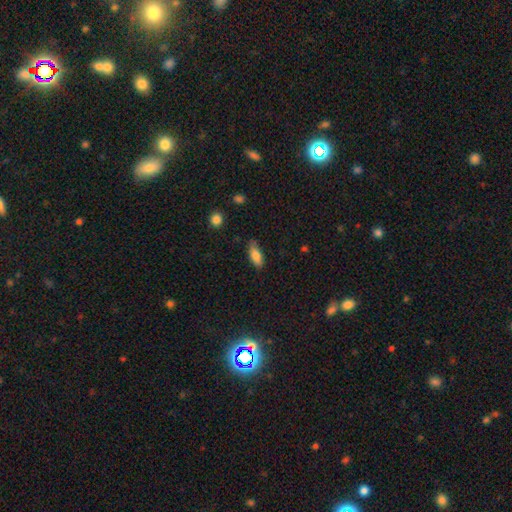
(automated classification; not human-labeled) A smooth galaxy with no disk features (79%) that is in between round and cigar-shaped (77%). Merging: none (76%).